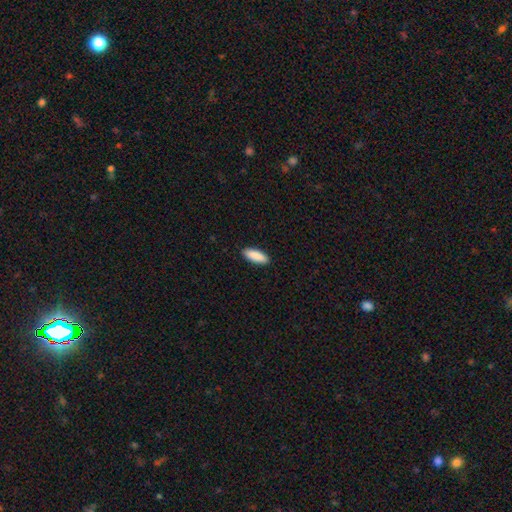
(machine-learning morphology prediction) Overall: smooth (90%). How rounded: in between (63%; cigar-shaped 35%). Merging: none (91%).